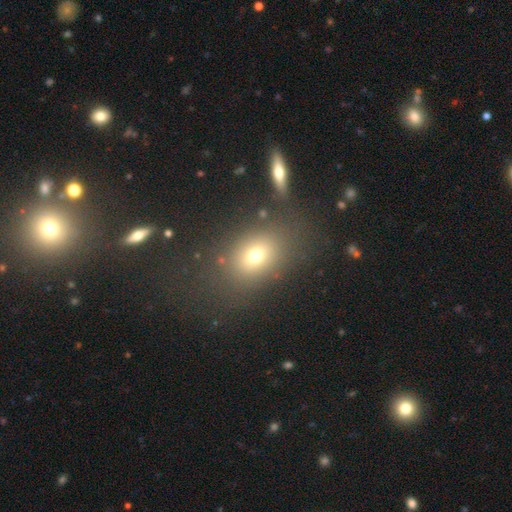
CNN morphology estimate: Smooth or featured? smooth (70%)
How rounded? in between (64%)
Merging? none (76%)